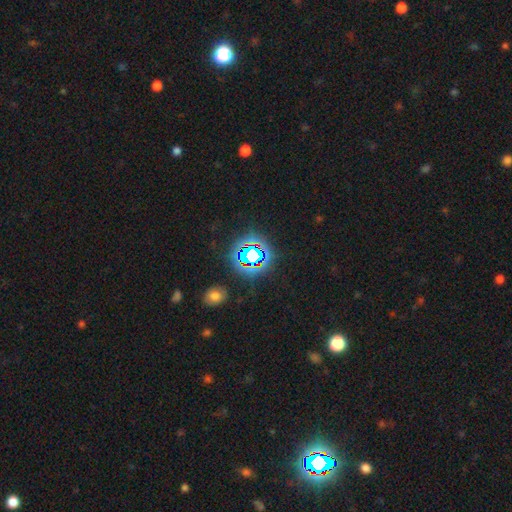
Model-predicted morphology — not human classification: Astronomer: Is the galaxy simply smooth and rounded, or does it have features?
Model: star or artifact — 72%.